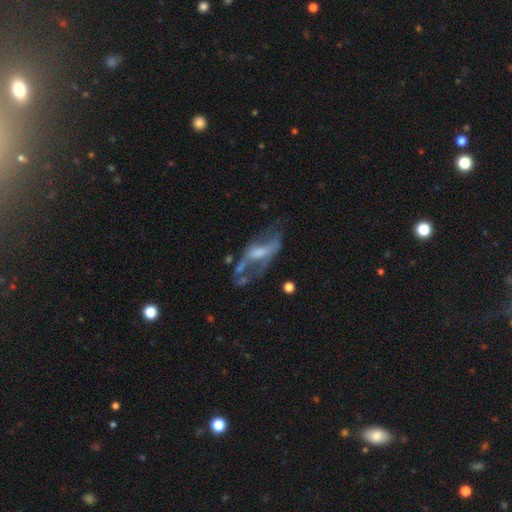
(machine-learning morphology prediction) A featured or disk galaxy (71%) with no bar (43%), spiral arms (65%) and a small central bulge (44%). Merging: none (47%).